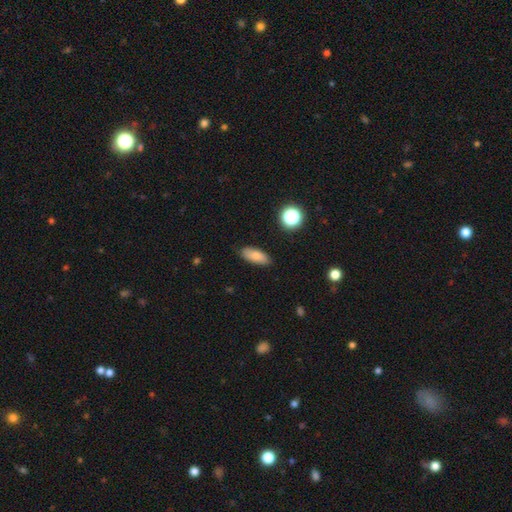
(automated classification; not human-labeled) smooth 80%, featured or disk 10%, star or artifact 9%. Down the decision tree: how rounded — in between (79%); merging — none (85%).